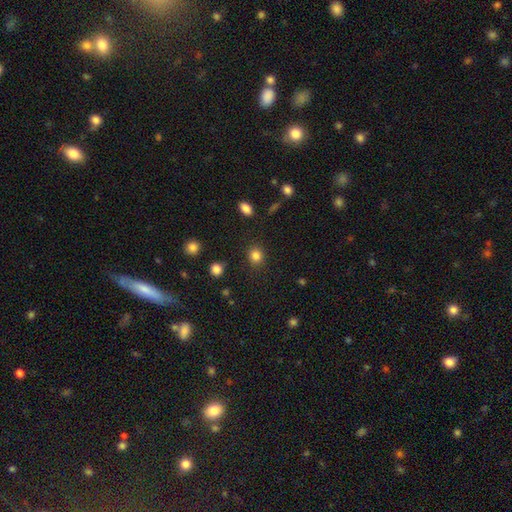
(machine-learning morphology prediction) A smooth galaxy with no disk features (85%) that is round (79%). Merging: none (88%).